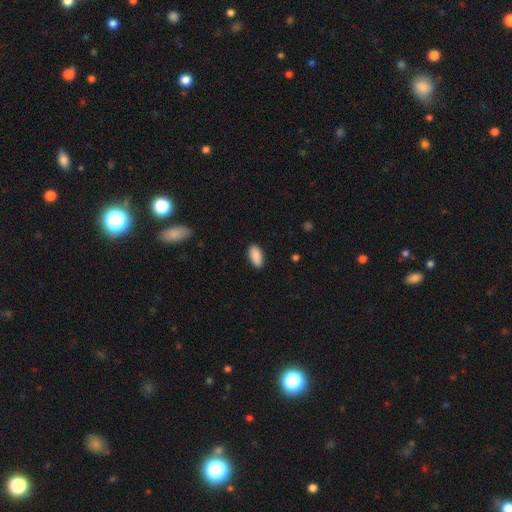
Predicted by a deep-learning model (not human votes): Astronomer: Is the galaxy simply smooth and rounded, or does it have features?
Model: smooth — 90%.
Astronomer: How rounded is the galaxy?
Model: in between — 93%.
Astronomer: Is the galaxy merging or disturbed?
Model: none — 87%.